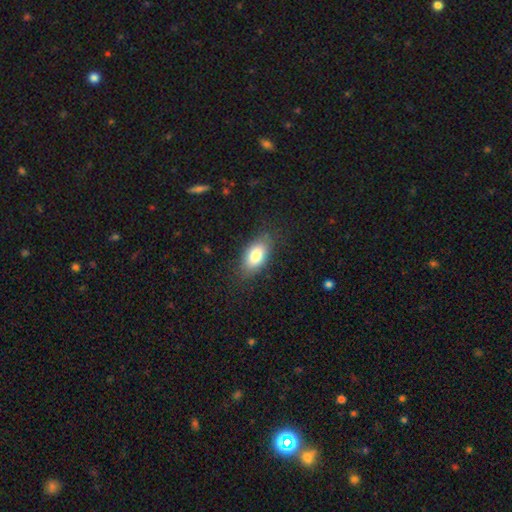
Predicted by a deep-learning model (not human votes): Smooth or featured: smooth — 80% (featured or disk — 12%)
How rounded: in between — 91% (round — 5%)
Merging: none — 81% (minor disturbance — 14%)